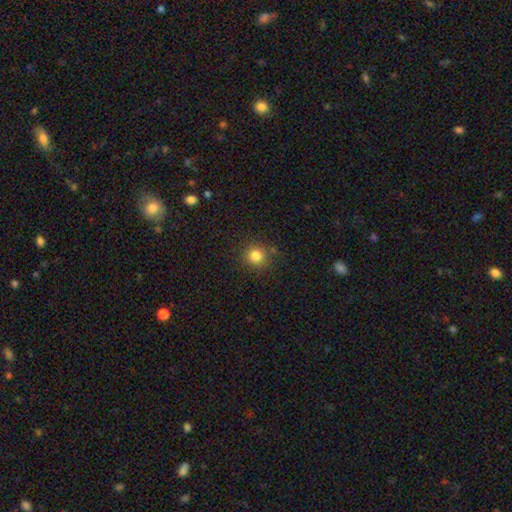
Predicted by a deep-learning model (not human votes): Morphology: type=smooth (82%); roundness=round (92%); merging=none (85%).